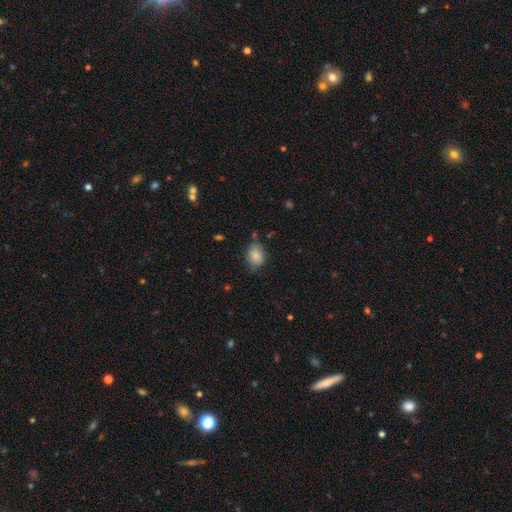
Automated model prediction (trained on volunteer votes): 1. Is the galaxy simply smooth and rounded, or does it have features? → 82% smooth, 10% featured or disk, 8% star or artifact.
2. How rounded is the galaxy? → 62% in between, 37% round, 1% cigar-shaped.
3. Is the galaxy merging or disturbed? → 67% none, 26% minor disturbance, 5% major disturbance, 3% merger.